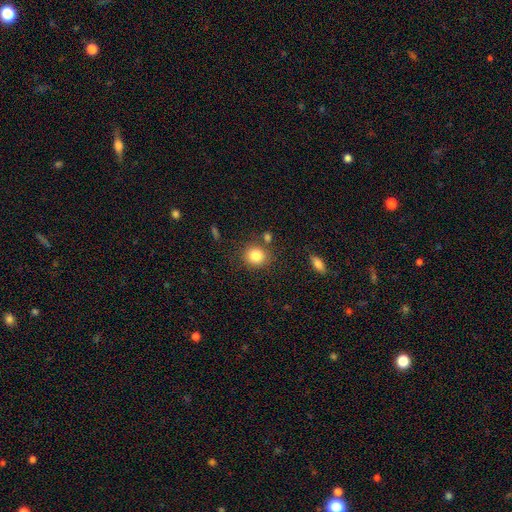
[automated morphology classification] smooth 83%, star or artifact 10%, featured or disk 7%. Down the decision tree: how rounded — round (82%); merging — none (78%).